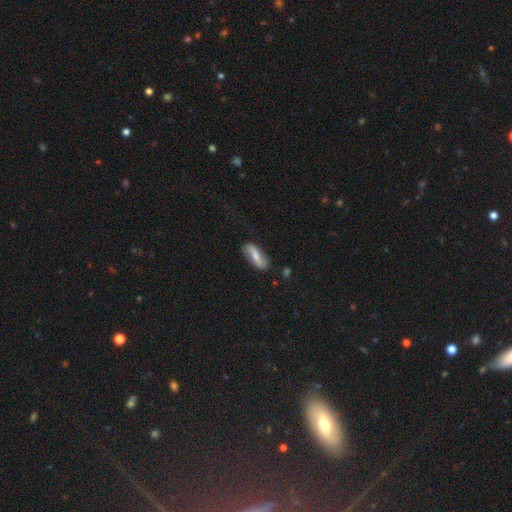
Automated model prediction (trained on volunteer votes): Smooth or featured? featured or disk (52%)
Edge-on disk? no (86%)
Merging? none (80%)